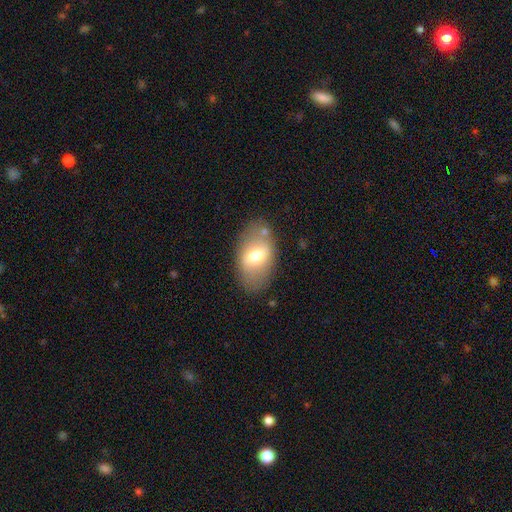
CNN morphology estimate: The model was most divided on "smooth or featured": smooth: 61%, featured or disk: 32%, star or artifact: 7%. More confident: how rounded — in between (91%); merging — none (78%).